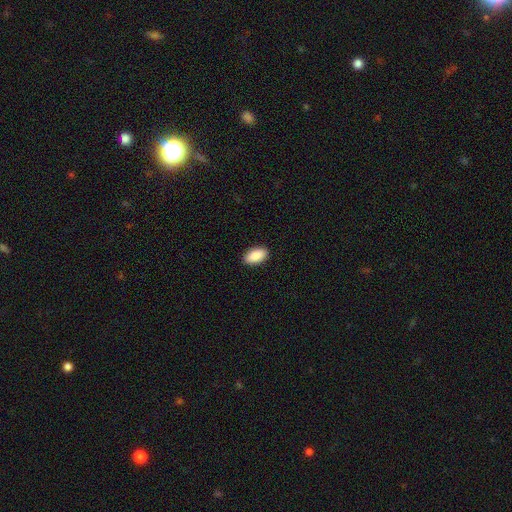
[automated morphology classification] Smooth or featured? smooth (91%)
How rounded? in between (94%)
Merging? none (89%)